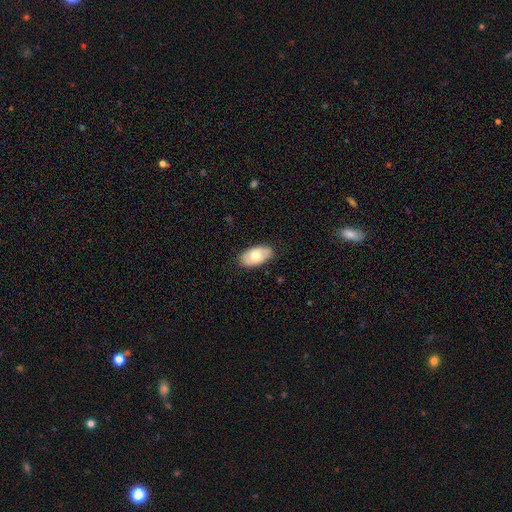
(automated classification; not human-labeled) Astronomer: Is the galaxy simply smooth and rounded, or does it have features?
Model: smooth — 70%.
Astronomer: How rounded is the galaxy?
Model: in between — 94%.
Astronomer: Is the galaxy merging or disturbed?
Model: none — 83%.